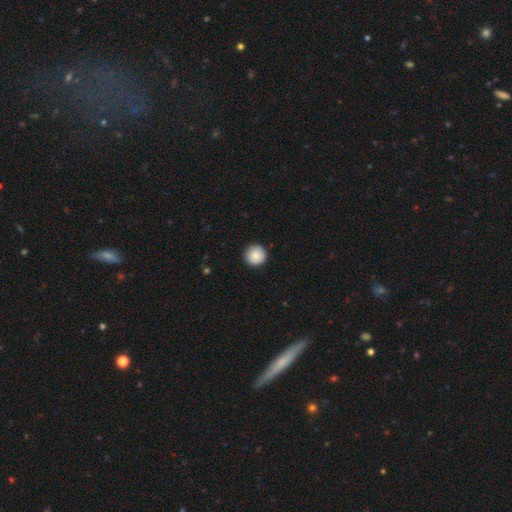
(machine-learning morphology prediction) Smooth or featured? smooth (87%)
How rounded? round (96%)
Merging? none (91%)